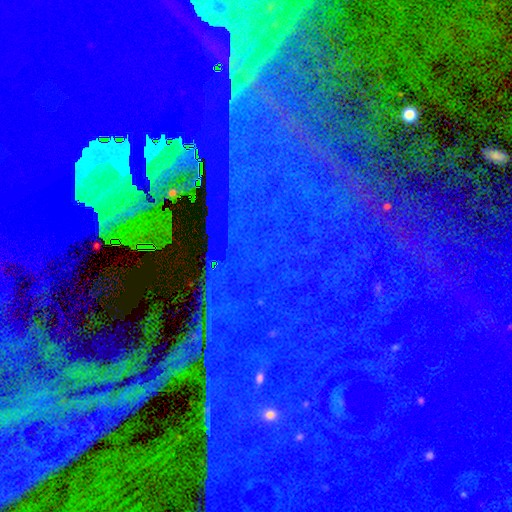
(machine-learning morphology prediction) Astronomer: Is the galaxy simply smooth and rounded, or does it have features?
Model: star or artifact — 88%.